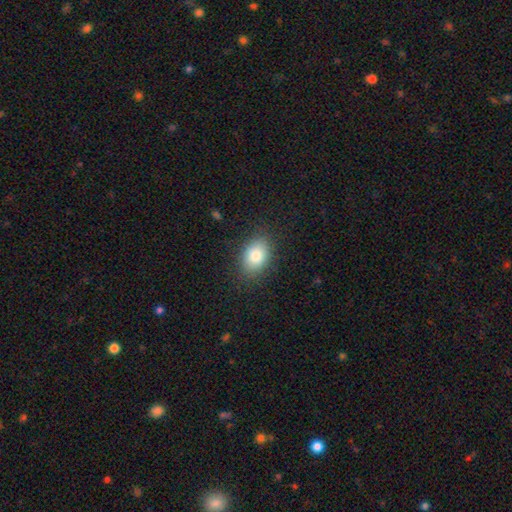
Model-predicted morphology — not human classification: smooth 82%, featured or disk 9%, star or artifact 8%. Down the decision tree: how rounded — in between (82%); merging — none (85%).